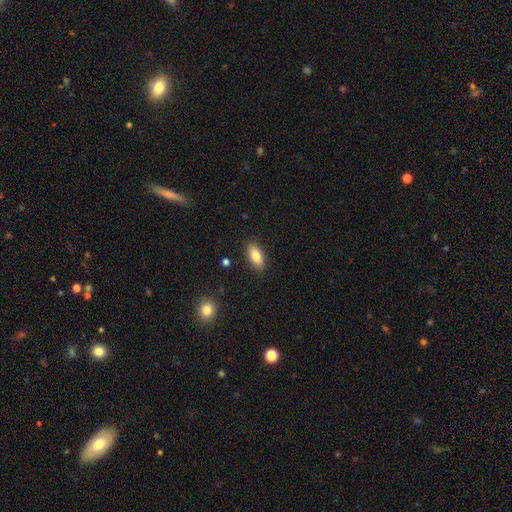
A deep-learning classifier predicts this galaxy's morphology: Q: Smooth or featured?
A: smooth (83%); runner-up: featured or disk (10%)
Q: How rounded?
A: in between (87%); runner-up: cigar-shaped (10%)
Q: Merging?
A: none (88%); runner-up: minor disturbance (9%)